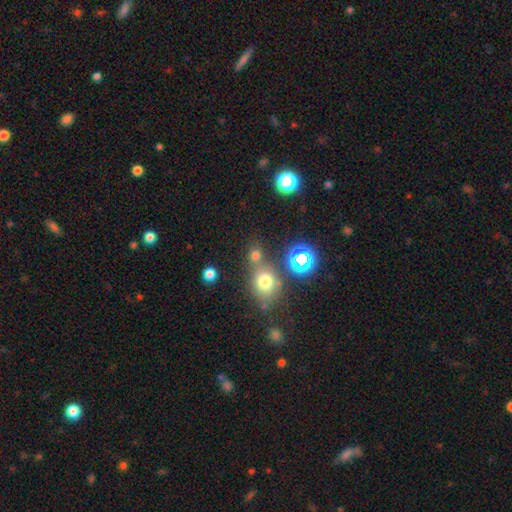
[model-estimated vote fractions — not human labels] Smooth or featured?
  - smooth: 65% *
  - star or artifact: 26%
  - featured or disk: 8%
How rounded?
  - round: 71% *
  - in between: 28%
  - cigar-shaped: 2%
Merging?
  - none: 60% *
  - merger: 26%
  - minor disturbance: 9%
  - major disturbance: 4%